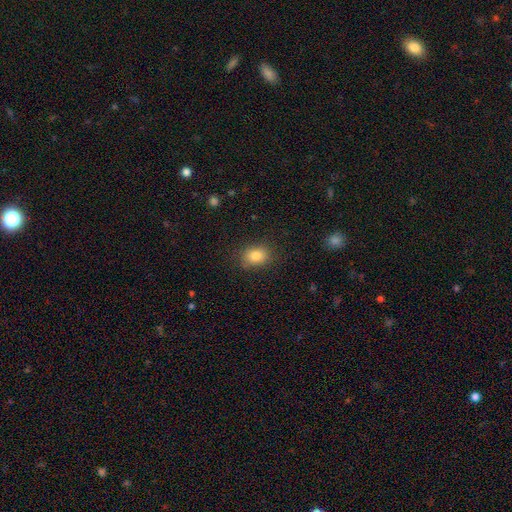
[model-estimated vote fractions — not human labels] The model was most divided on "how rounded": in between: 60%, round: 39%, cigar-shaped: 1%. More confident: smooth or featured — smooth (84%); merging — none (84%).